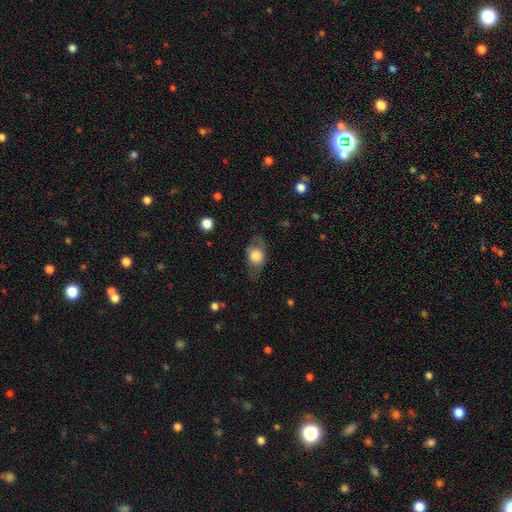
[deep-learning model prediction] Smooth or featured? Predicted: smooth (p=0.63). How rounded? Predicted: in between (p=0.71). Merging? Predicted: none (p=0.71).